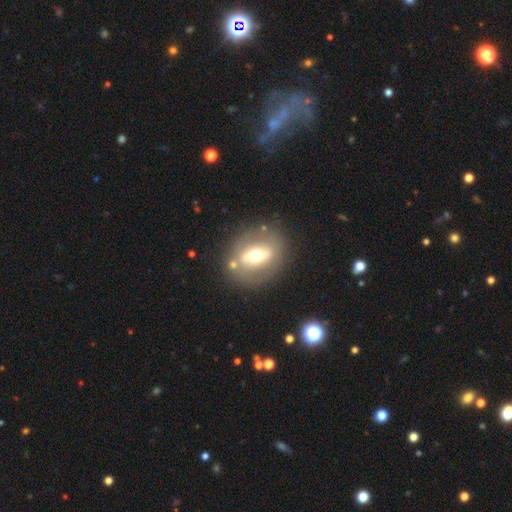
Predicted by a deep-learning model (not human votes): The model was most divided on "smooth or featured": featured or disk: 47%, smooth: 44%, star or artifact: 9%. More confident: merging — none (76%).